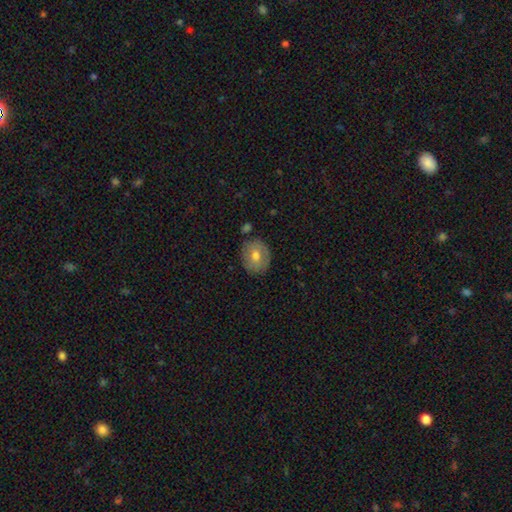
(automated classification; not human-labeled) The model was most divided on "smooth or featured": smooth: 64%, featured or disk: 28%, star or artifact: 8%. More confident: merging — none (80%); how rounded — round (70%).